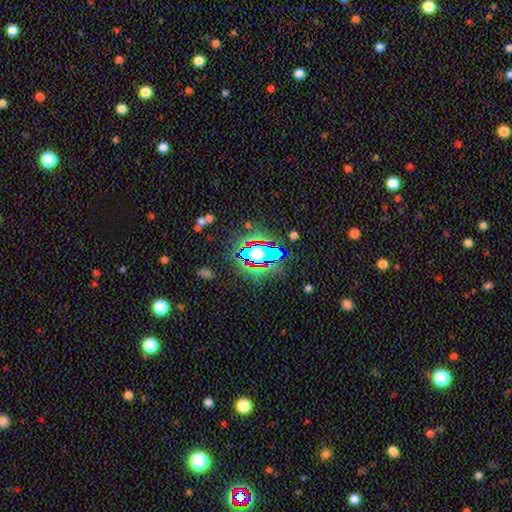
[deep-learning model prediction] Smooth or featured? star or artifact (54%)